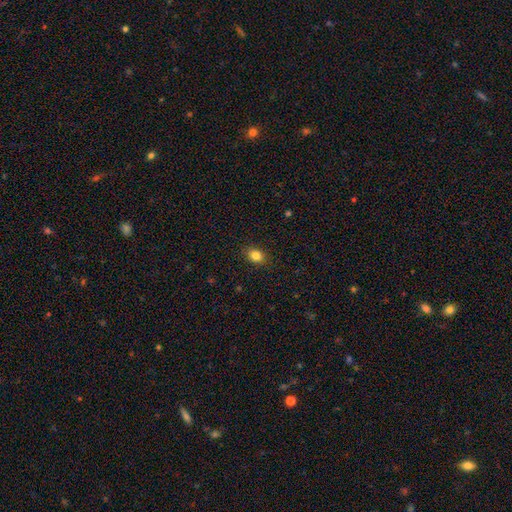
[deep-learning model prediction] The model was most divided on "how rounded": in between: 63%, round: 36%, cigar-shaped: 1%. More confident: merging — none (89%); smooth or featured — smooth (84%).